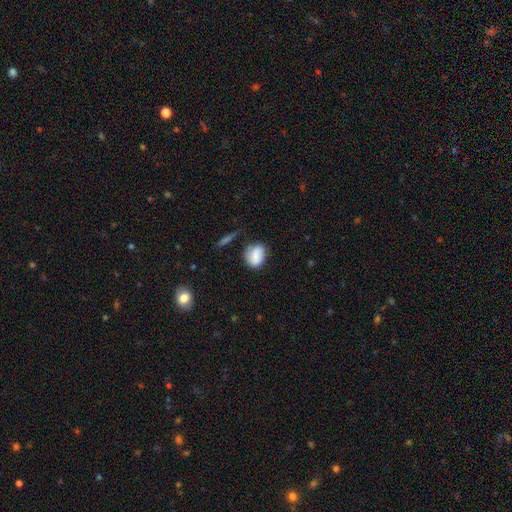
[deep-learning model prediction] Overall: smooth (76%). How rounded: in between (51%; round 47%). Merging: none (61%; minor disturbance 26%).